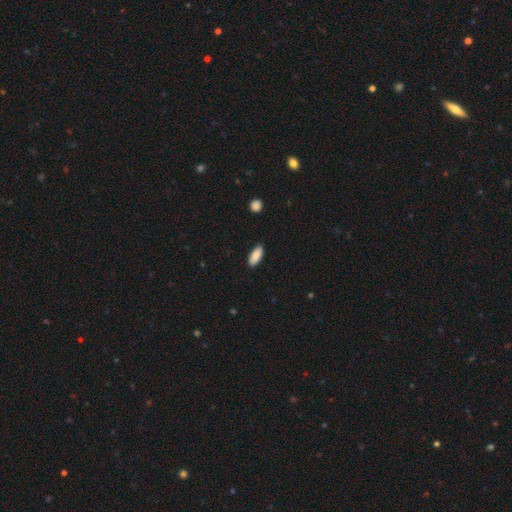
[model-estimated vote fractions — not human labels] smooth_or_featured: smooth (p=0.88) [alt: star or artifact p=0.06]
how_rounded: in between (p=0.82) [alt: cigar-shaped p=0.16]
merging: none (p=0.87) [alt: minor disturbance p=0.10]